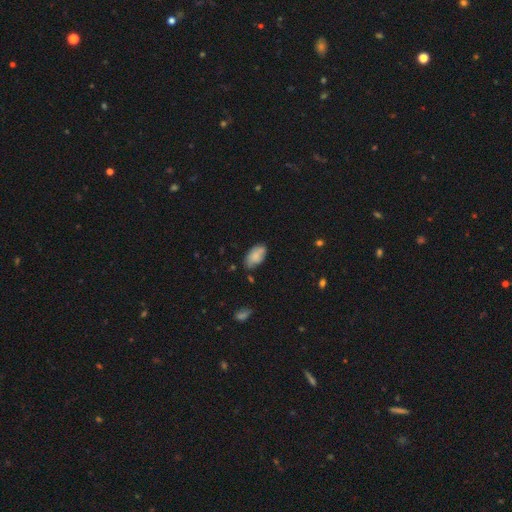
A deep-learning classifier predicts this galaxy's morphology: This is likely a smooth galaxy (77%). How rounded: clearly in between (94%). Merging: likely none (67%).